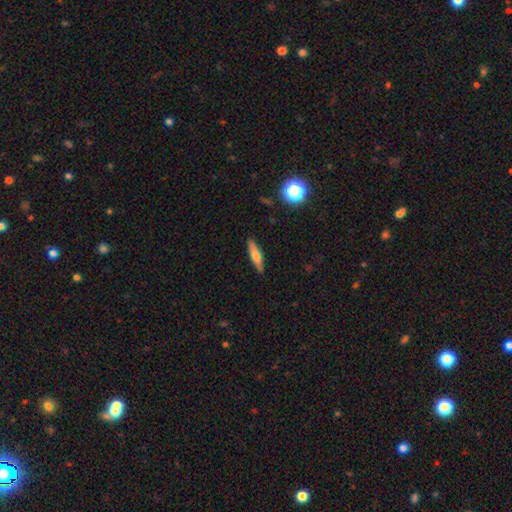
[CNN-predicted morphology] This is possibly a smooth galaxy (50%). Merging: clearly none (90%).